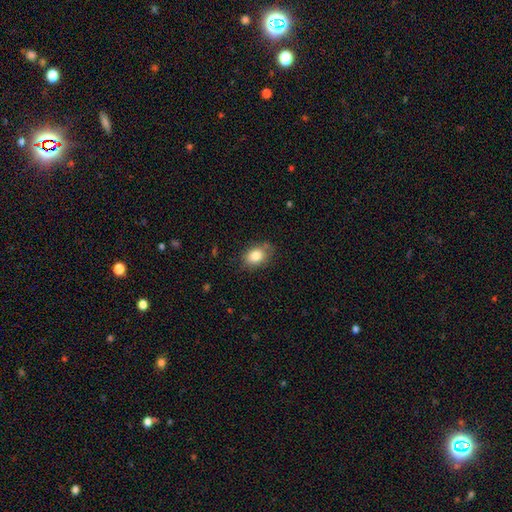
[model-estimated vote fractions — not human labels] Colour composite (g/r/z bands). It shows a smooth galaxy with no disk features (83%) that is in between round and cigar-shaped (75%). Merging: none (73%).